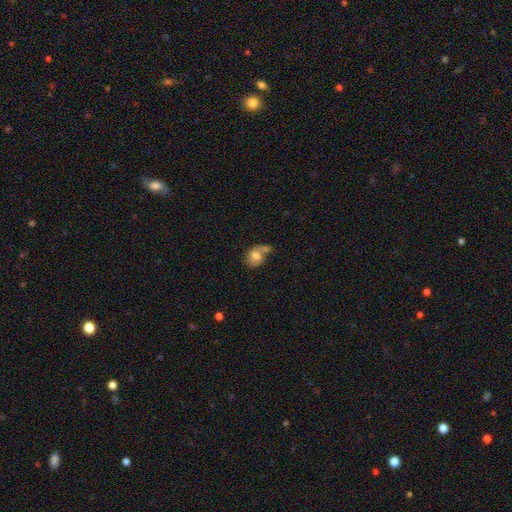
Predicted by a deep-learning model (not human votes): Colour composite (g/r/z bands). It shows a smooth galaxy with no disk features (67%) that is round (52%). Merging: merger (43%).